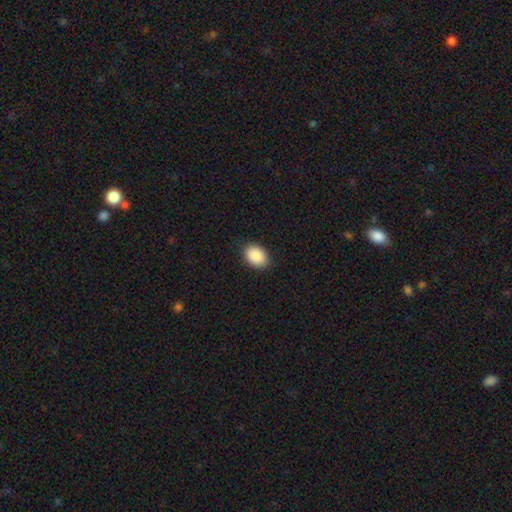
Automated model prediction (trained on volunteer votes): smooth_or_featured: smooth (p=0.90) [alt: star or artifact p=0.07]
how_rounded: in between (p=0.80) [alt: round p=0.19]
merging: none (p=0.87) [alt: minor disturbance p=0.10]